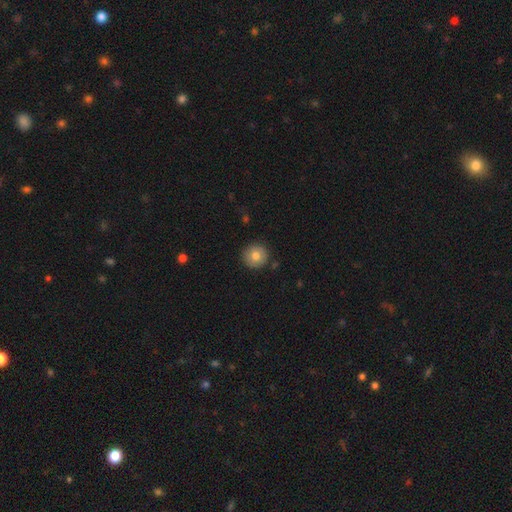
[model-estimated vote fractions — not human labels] A smooth galaxy with no disk features (76%) that is round (94%). Merging: none (89%).